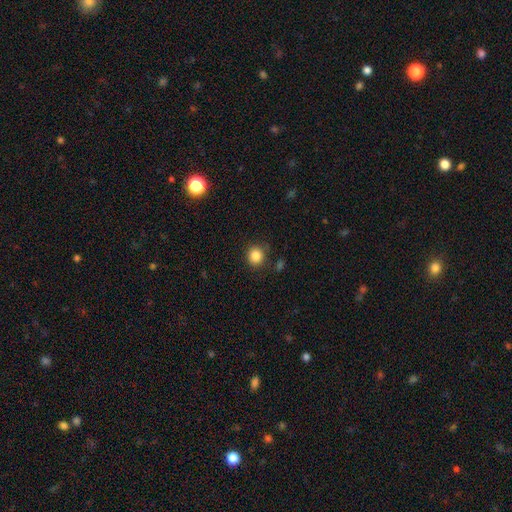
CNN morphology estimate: Smooth or featured? smooth (85%)
How rounded? round (87%)
Merging? none (84%)